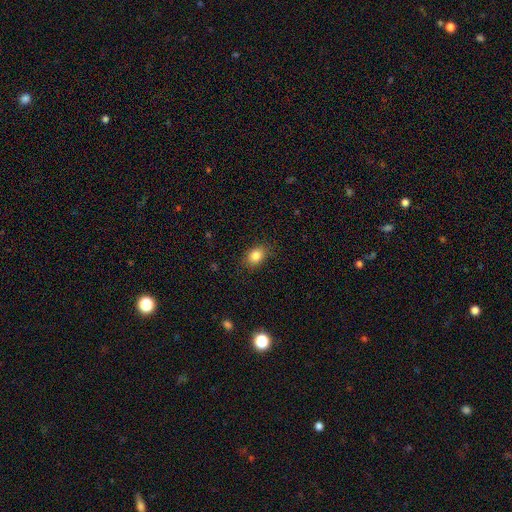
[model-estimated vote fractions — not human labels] A smooth galaxy with no disk features (84%) that is in between round and cigar-shaped (69%). Merging: none (82%).